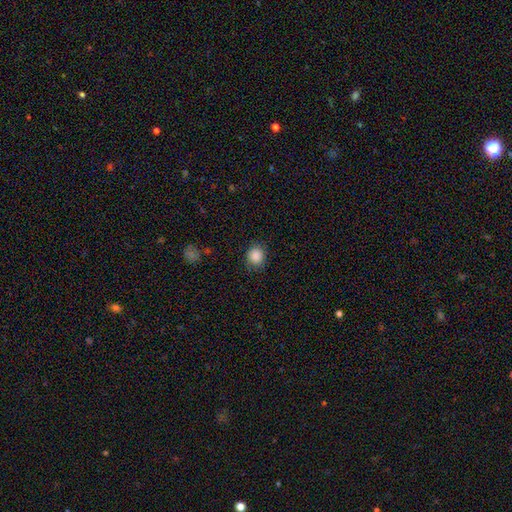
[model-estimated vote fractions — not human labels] A smooth galaxy with no disk features (87%) that is round (79%).

Vote fractions:
- Smooth or featured? smooth: 87% / star or artifact: 9% / featured or disk: 4%
- How rounded? round: 79% / in between: 20% / cigar-shaped: 1%
- Merging? none: 83% / minor disturbance: 13% / major disturbance: 3% / merger: 1%